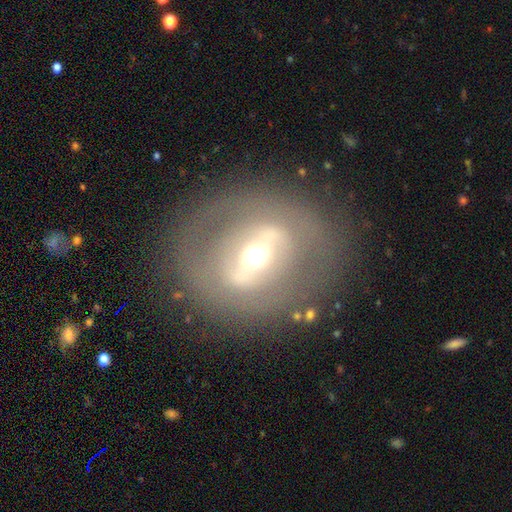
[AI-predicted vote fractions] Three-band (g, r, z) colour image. It shows a featured or disk galaxy (70%) with a strong bar (58%), no spiral arms (78%) and a moderate central bulge (66%). Merging: none (79%).